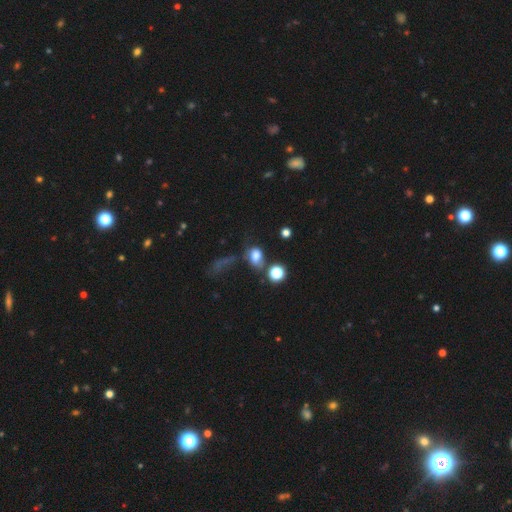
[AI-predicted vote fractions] smooth-or-featured: smooth: 72% | star or artifact: 15% | featured or disk: 13%
  how-rounded: in between: 69% | round: 29% | cigar-shaped: 2%
  merging: none: 38% | major disturbance: 21% | merger: 20% | minor disturbance: 20%